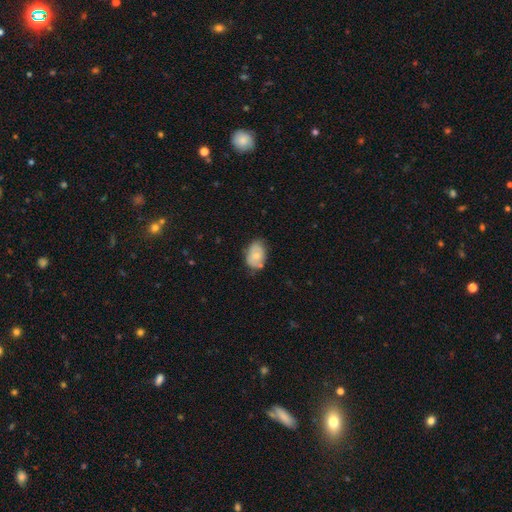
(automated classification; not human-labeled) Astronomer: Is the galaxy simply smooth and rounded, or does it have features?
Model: smooth — 65%.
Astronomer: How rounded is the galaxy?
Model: in between — 83%.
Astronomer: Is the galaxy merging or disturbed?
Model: none — 61%.